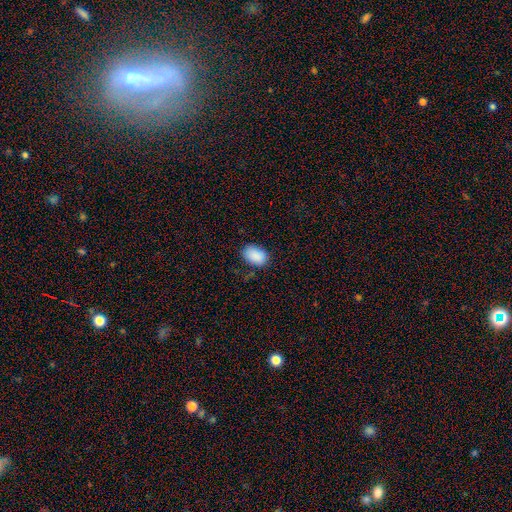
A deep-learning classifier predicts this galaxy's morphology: smooth 90%, star or artifact 7%, featured or disk 3%. Down the decision tree: how rounded — in between (87%); merging — none (79%).